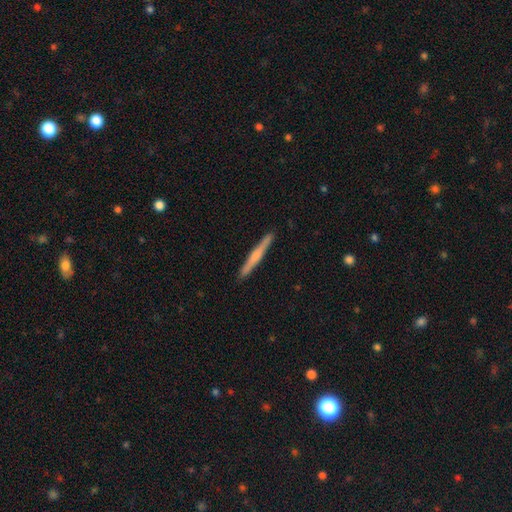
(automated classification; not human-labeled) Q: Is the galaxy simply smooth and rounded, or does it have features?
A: smooth — 50%.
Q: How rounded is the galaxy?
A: cigar-shaped — 96%.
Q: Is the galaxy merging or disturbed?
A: none — 92%.